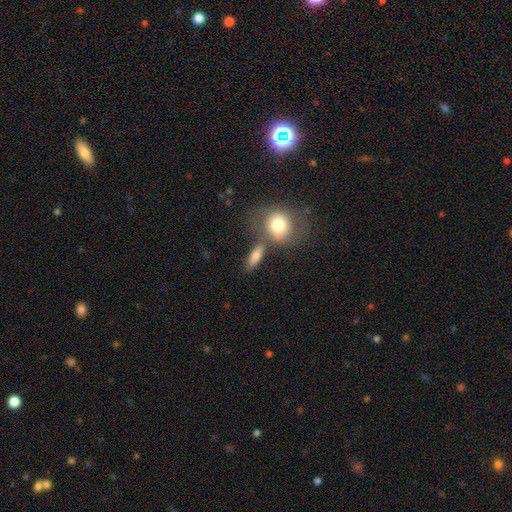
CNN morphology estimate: smooth_or_featured: smooth (p=0.79) [alt: featured or disk p=0.13]
how_rounded: in between (p=0.56) [alt: cigar-shaped p=0.24]
merging: none (p=0.59) [alt: merger p=0.23]